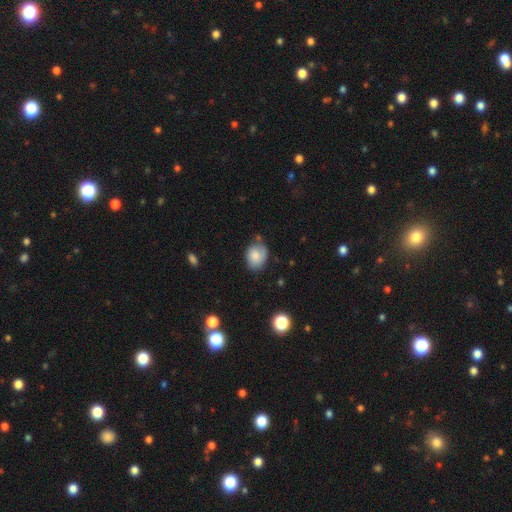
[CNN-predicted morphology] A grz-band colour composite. It shows a smooth galaxy with no disk features (73%) that is in between round and cigar-shaped (60%). Merging: none (55%).